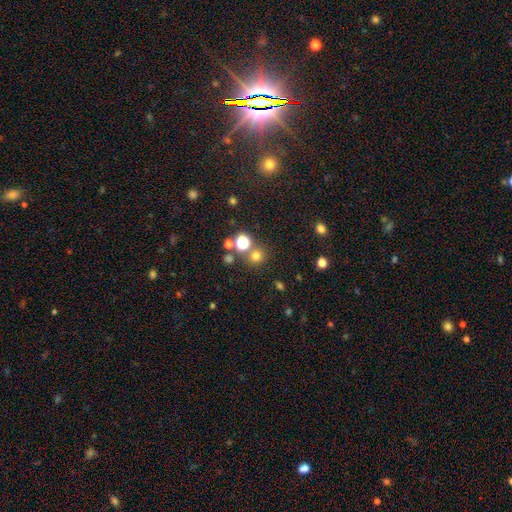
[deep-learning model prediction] Smooth or featured? Predicted: smooth (p=0.72). How rounded? Predicted: round (p=0.90). Merging? Predicted: none (p=0.75).